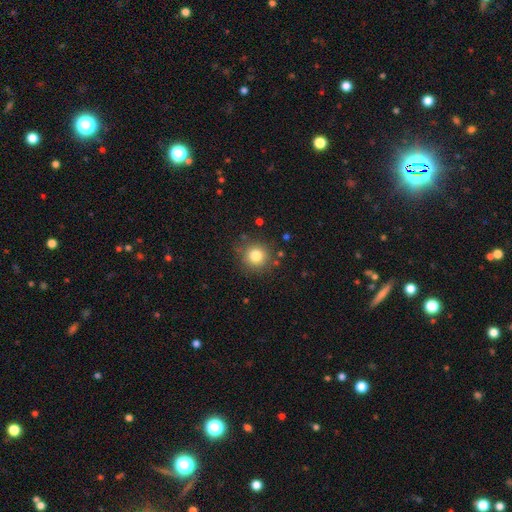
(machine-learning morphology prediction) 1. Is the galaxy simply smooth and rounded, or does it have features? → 80% smooth, 12% star or artifact, 8% featured or disk.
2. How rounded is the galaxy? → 93% round, 6% in between, 1% cigar-shaped.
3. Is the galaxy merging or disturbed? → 85% none, 9% minor disturbance, 3% major disturbance, 2% merger.